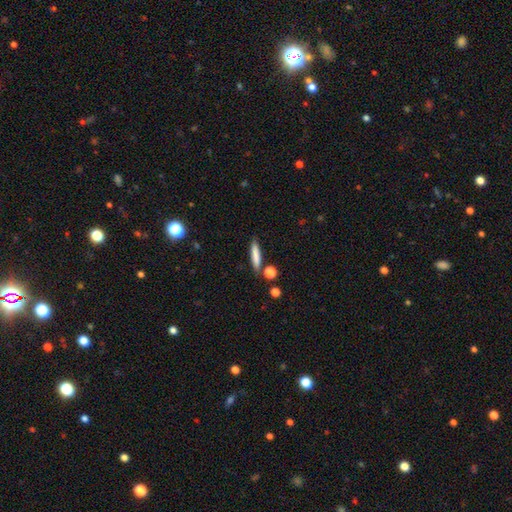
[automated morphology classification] A smooth galaxy with no disk features (80%) that is cigar-shaped (87%). Merging: none (82%).